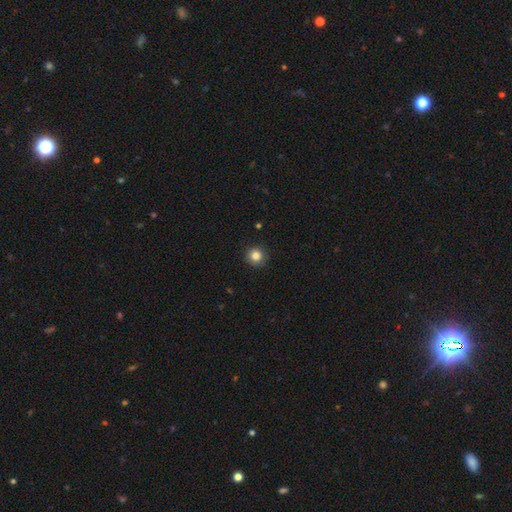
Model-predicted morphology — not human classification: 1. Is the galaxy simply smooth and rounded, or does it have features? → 84% smooth, 11% star or artifact, 5% featured or disk.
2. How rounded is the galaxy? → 94% round, 5% in between, 1% cigar-shaped.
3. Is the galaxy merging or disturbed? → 91% none, 6% minor disturbance, 2% major disturbance, 1% merger.